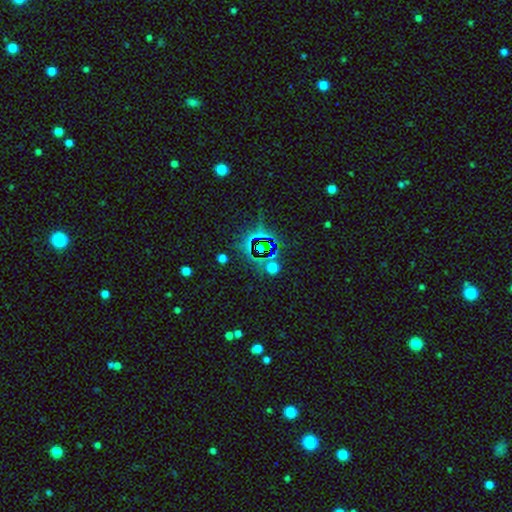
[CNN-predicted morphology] type=star or artifact (72%).